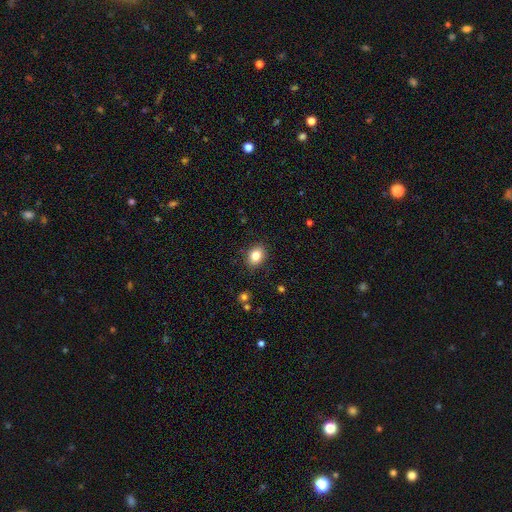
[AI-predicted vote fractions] Smooth or featured: smooth — 83% (star or artifact — 10%)
How rounded: in between — 60% (round — 39%)
Merging: none — 88% (minor disturbance — 9%)